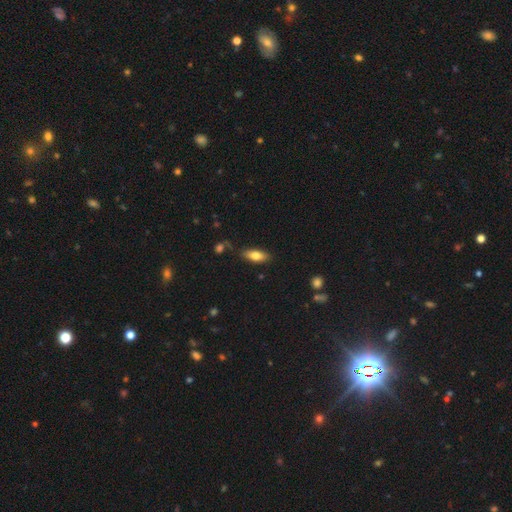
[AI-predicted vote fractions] Overall: smooth (73%). How rounded: in between (76%). Merging: none (79%).